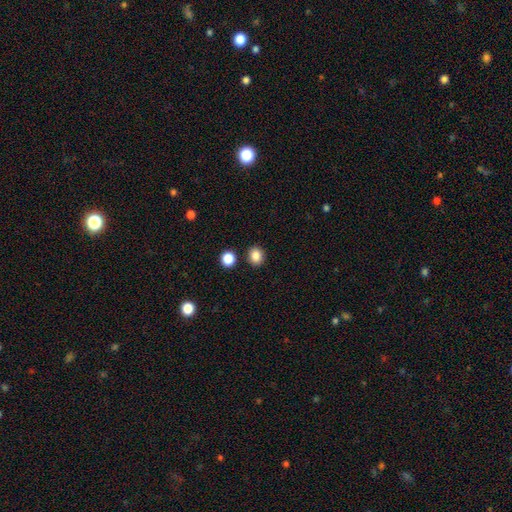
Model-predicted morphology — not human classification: This is clearly a smooth galaxy (86%). How rounded: likely round (72%). Merging: clearly none (87%).